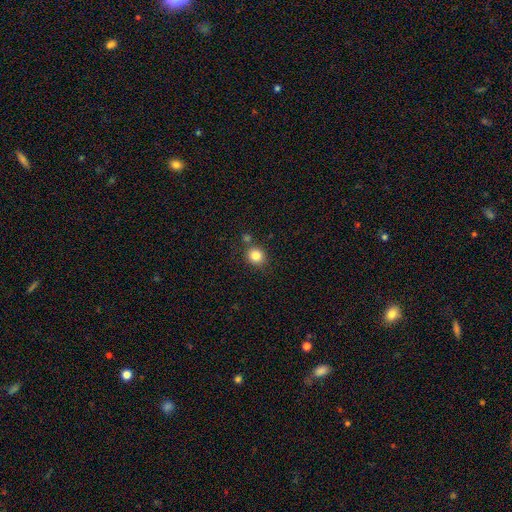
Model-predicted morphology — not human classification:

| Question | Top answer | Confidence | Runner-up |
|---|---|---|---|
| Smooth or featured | smooth | 83% | star or artifact (11%) |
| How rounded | round | 84% | in between (15%) |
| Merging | none | 74% | minor disturbance (11%) |